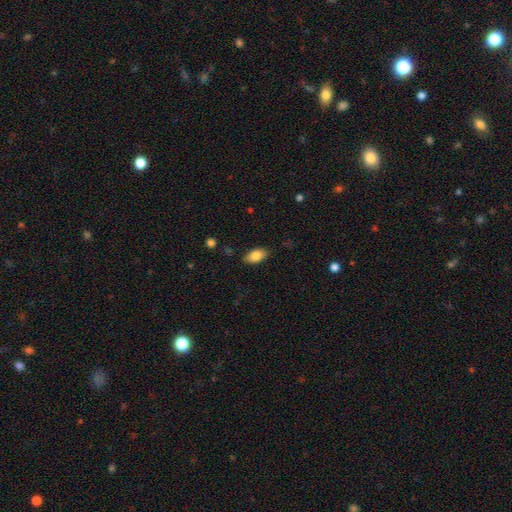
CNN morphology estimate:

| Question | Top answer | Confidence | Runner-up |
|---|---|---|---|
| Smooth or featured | smooth | 84% | featured or disk (9%) |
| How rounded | in between | 92% | round (5%) |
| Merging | none | 85% | minor disturbance (12%) |